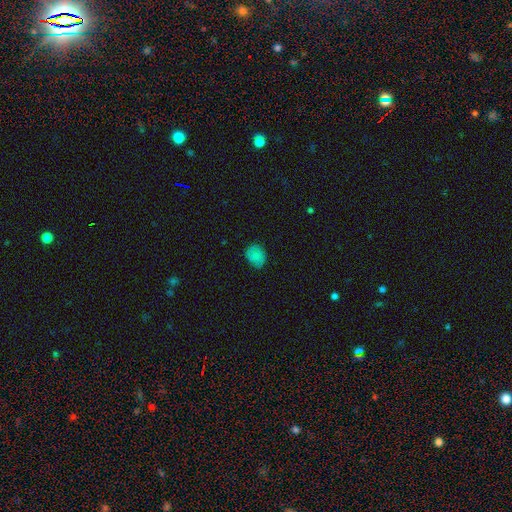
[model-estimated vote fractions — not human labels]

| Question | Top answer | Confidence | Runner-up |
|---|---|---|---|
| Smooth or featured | smooth | 79% | star or artifact (12%) |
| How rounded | round | 55% | in between (44%) |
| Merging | none | 74% | minor disturbance (21%) |